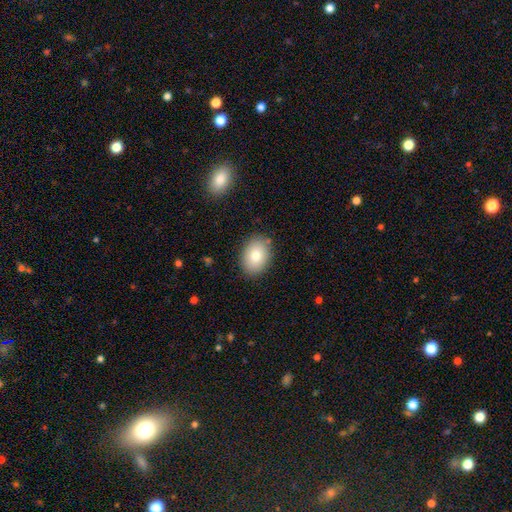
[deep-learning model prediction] Smooth or featured: smooth — 79% (featured or disk — 12%)
How rounded: in between — 74% (round — 25%)
Merging: none — 86% (minor disturbance — 10%)